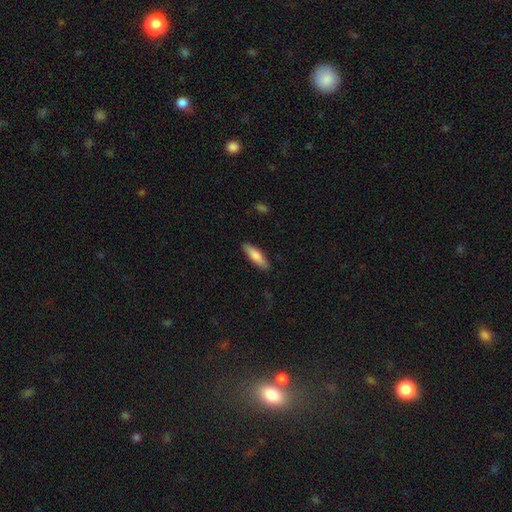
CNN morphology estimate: A smooth galaxy with no disk features (77%) that is cigar-shaped (62%).

Vote fractions:
- Smooth or featured? smooth: 77% / featured or disk: 17% / star or artifact: 6%
- How rounded? cigar-shaped: 62% / in between: 37% / round: 2%
- Merging? none: 86% / minor disturbance: 11% / major disturbance: 2% / merger: 1%